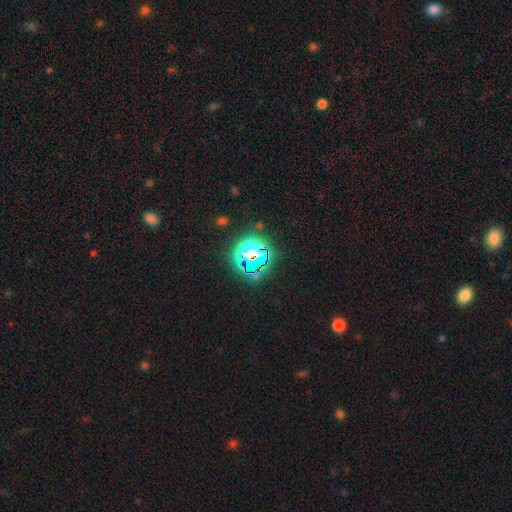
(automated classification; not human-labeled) Q: Smooth or featured?
A: star or artifact (72%); runner-up: smooth (18%)